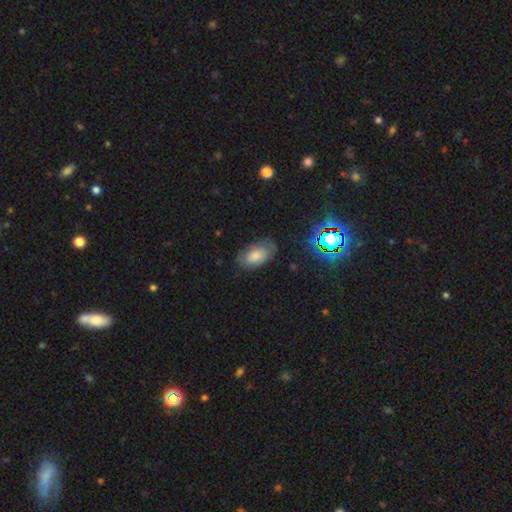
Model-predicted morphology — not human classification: This appears to be a smooth galaxy with no disk features (63%) that is in between round and cigar-shaped (93%). Merging: none (71%).